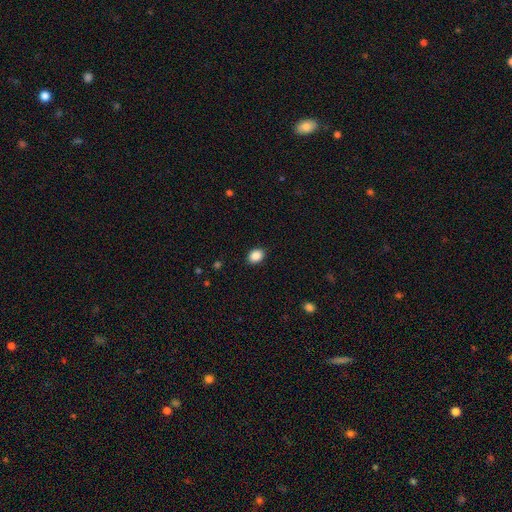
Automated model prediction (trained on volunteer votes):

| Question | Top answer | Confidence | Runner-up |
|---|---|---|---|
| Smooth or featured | smooth | 88% | star or artifact (9%) |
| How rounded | in between | 64% | round (35%) |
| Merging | none | 90% | minor disturbance (7%) |